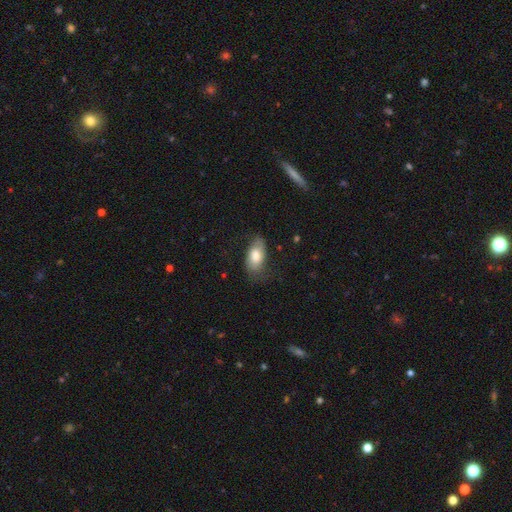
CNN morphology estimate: The model was most divided on "merging": none: 65%, minor disturbance: 25%, major disturbance: 9%, merger: 1%. More confident: how rounded — in between (92%); smooth or featured — smooth (74%).